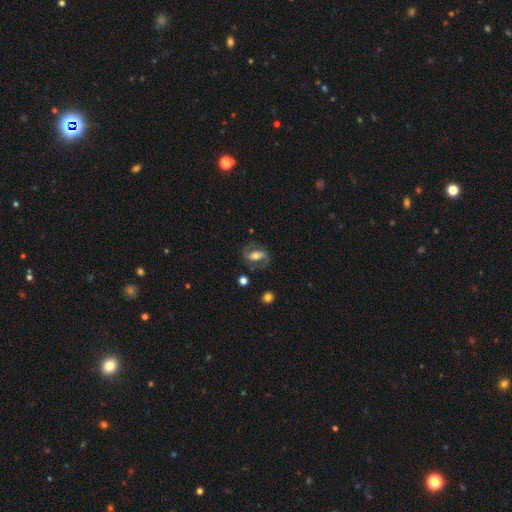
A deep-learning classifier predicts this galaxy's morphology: Smooth or featured?
  - featured or disk: 77% *
  - smooth: 16%
  - star or artifact: 7%
Edge-on disk?
  - no: 96% *
  - yes: 4%
Bar?
  - strong: 40% *
  - weak: 36%
  - no: 24%
Spiral arms?
  - yes: 91% *
  - no: 9%
Spiral winding?
  - medium: 54% *
  - loose: 25%
  - tight: 21%
Spiral arm count?
  - 2: 89% *
  - can't tell: 4%
  - 1: 3%
  - 3: 1%
  - 4: 1%
  - more than 4: 1%
Bulge size?
  - moderate: 61% *
  - small: 20%
  - large: 15%
  - none: 2%
  - dominant: 2%
Merging?
  - none: 76% *
  - minor disturbance: 14%
  - major disturbance: 8%
  - merger: 2%